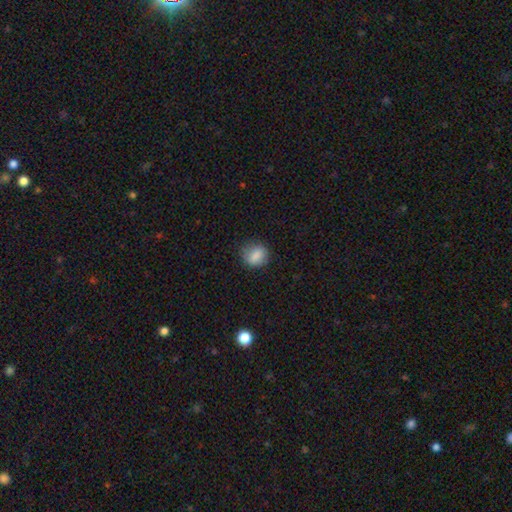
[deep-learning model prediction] Q: Smooth or featured?
A: smooth (83%); runner-up: star or artifact (9%)
Q: How rounded?
A: round (60%); runner-up: in between (38%)
Q: Merging?
A: none (77%); runner-up: minor disturbance (17%)